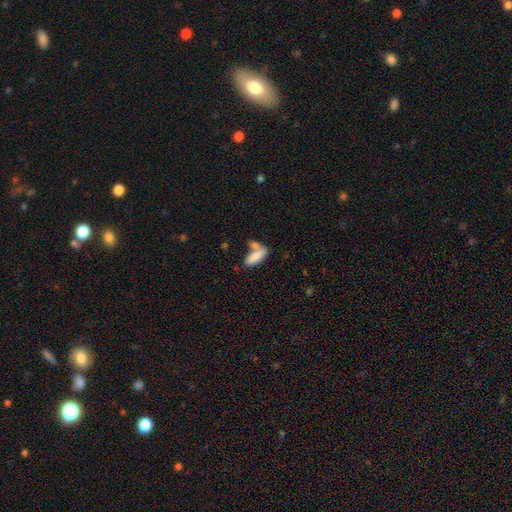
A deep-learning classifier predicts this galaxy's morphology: Smooth or featured? smooth (83%)
How rounded? in between (70%)
Merging? merger (42%)